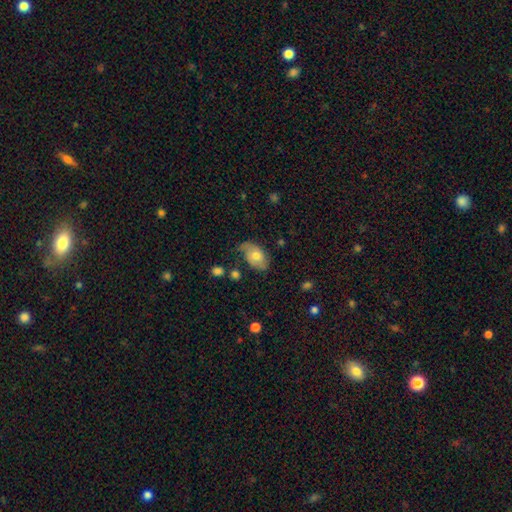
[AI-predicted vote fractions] Smooth or featured? Predicted: smooth (p=0.60). How rounded? Predicted: in between (p=0.89). Merging? Predicted: none (p=0.50).